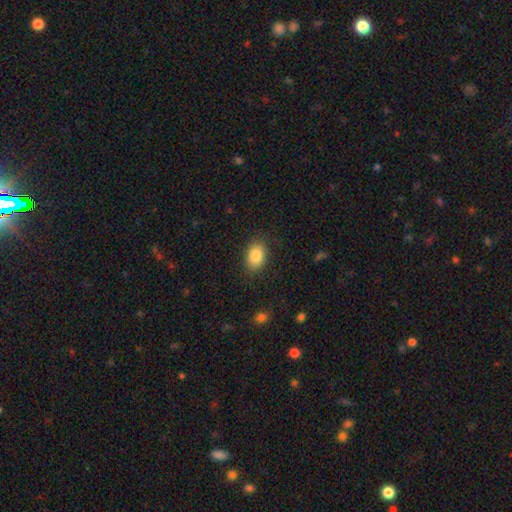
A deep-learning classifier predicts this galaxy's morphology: Smooth or featured? smooth (86%)
How rounded? in between (84%)
Merging? none (85%)